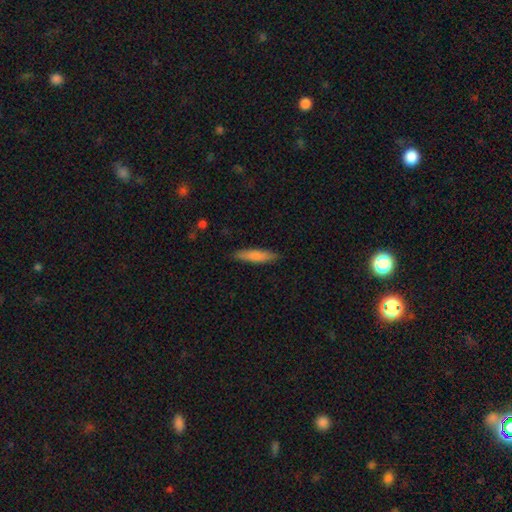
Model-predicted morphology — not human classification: A smooth galaxy with no disk features (79%) that is cigar-shaped (81%).

Vote fractions:
- Smooth or featured? smooth: 79% / featured or disk: 15% / star or artifact: 6%
- How rounded? cigar-shaped: 81% / in between: 18% / round: 1%
- Merging? none: 87% / minor disturbance: 10% / major disturbance: 2% / merger: 1%